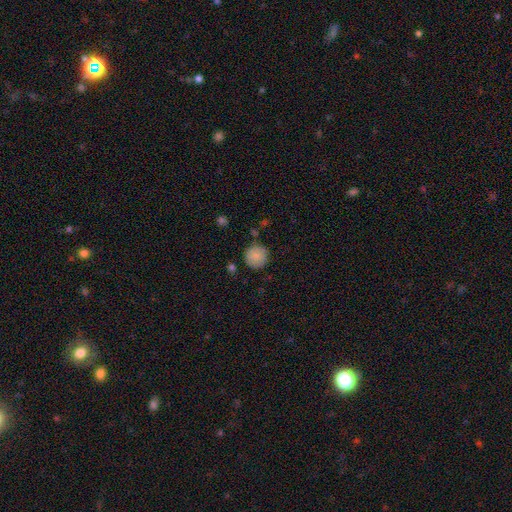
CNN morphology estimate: Overall: smooth (84%). How rounded: round (94%). Merging: none (84%).